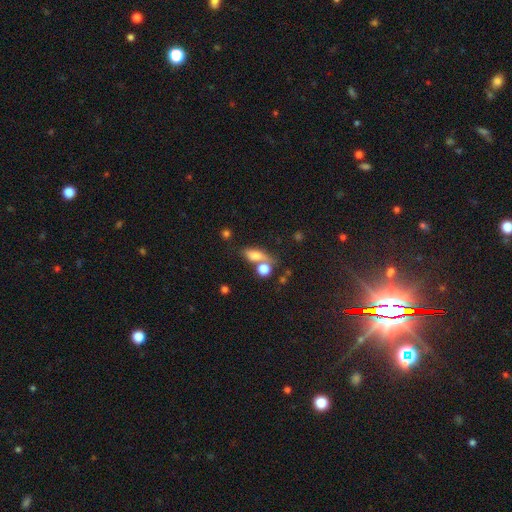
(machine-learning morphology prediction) Smooth or featured? smooth (72%)
How rounded? in between (68%)
Merging? none (45%)